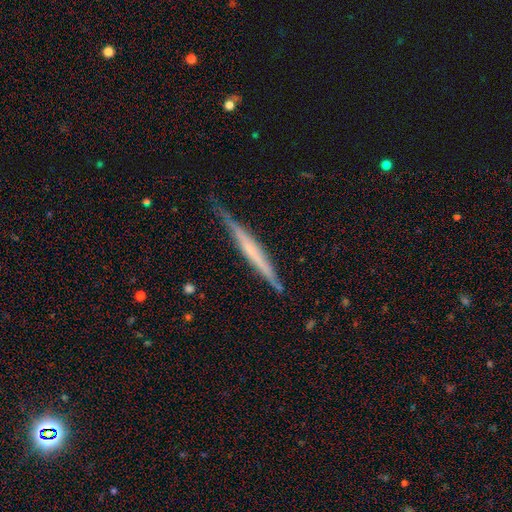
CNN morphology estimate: Q: Smooth or featured?
A: featured or disk (62%); runner-up: smooth (31%)
Q: Edge-on disk?
A: yes (97%); runner-up: no (3%)
Q: Edge-on bulge?
A: none (66%); runner-up: rounded (24%)
Q: Merging?
A: none (79%); runner-up: minor disturbance (17%)